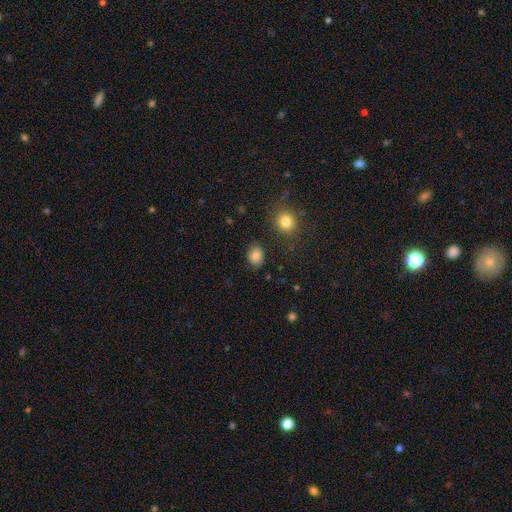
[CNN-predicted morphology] Smooth or featured? smooth (83%)
How rounded? in between (57%)
Merging? none (84%)